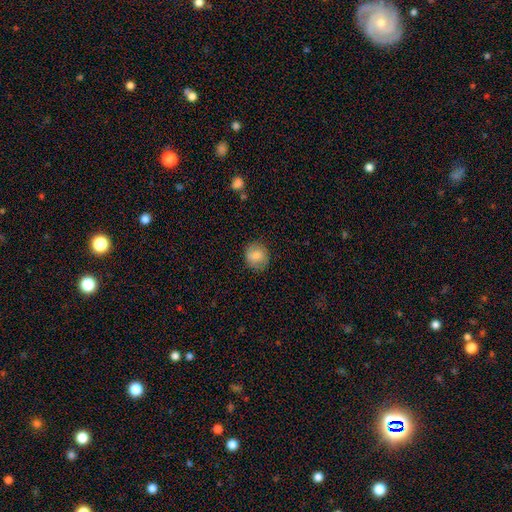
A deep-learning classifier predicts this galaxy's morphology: Q: Smooth or featured?
A: smooth (79%); runner-up: featured or disk (13%)
Q: How rounded?
A: round (78%); runner-up: in between (21%)
Q: Merging?
A: none (83%); runner-up: minor disturbance (12%)